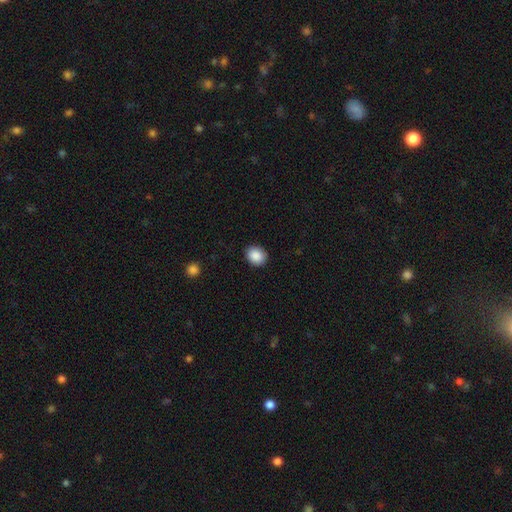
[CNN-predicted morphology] smooth_or_featured: smooth (p=0.89) [alt: star or artifact p=0.08]
how_rounded: round (p=0.58) [alt: in between p=0.41]
merging: none (p=0.89) [alt: minor disturbance p=0.08]